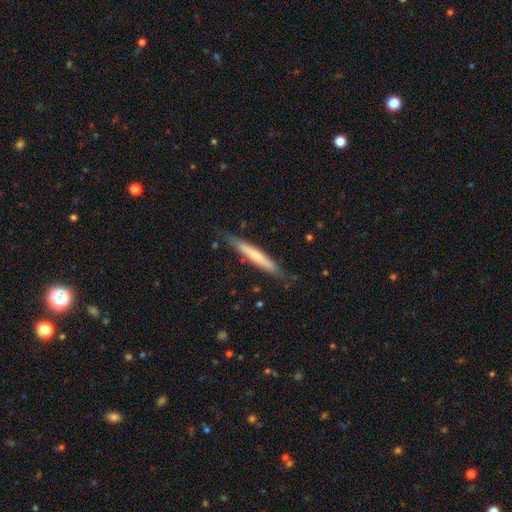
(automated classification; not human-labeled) This is possibly a smooth galaxy (49%). Merging: clearly none (83%).